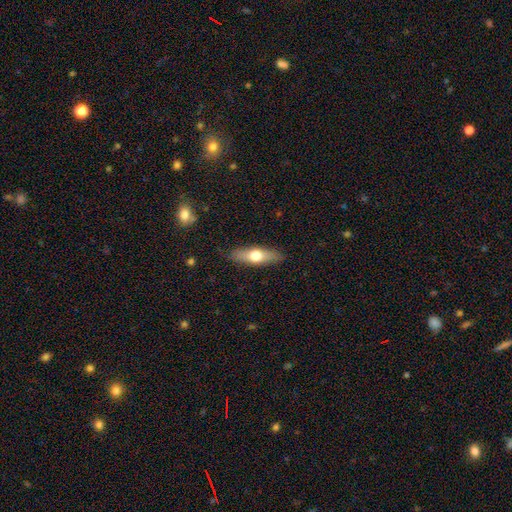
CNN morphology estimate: Smooth or featured? smooth (57%)
How rounded? cigar-shaped (52%)
Merging? none (87%)